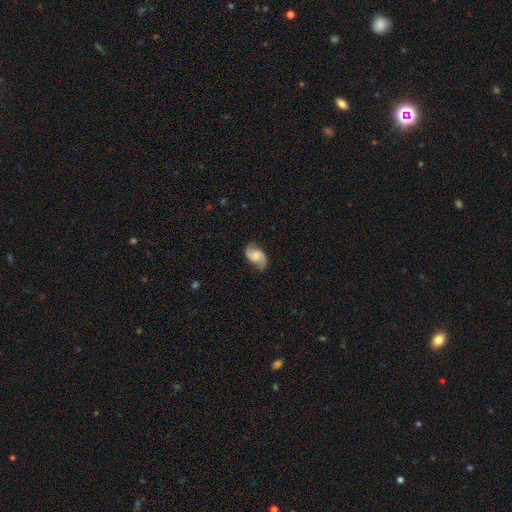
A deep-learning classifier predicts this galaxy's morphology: The model was most divided on "spiral winding": medium: 43%, loose: 41%, tight: 16%. Remaining: edge-on disk — no (97%); spiral arms — yes (96%); spiral arm count — 2 (92%); merging — none (77%); smooth or featured — featured or disk (75%); bar — no (60%); bulge size — small (39%).